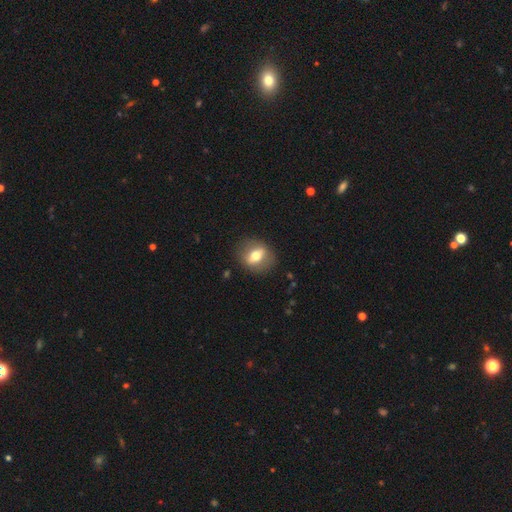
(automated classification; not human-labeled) Overall: smooth (56%; featured or disk 35%). How rounded: in between (50%; round 47%). Merging: none (85%).